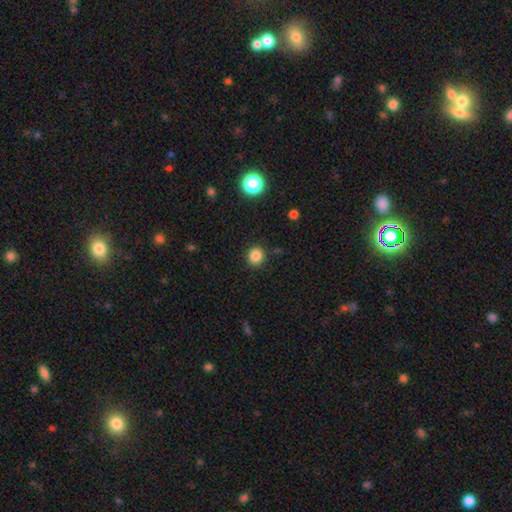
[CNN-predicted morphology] smooth_or_featured: smooth (p=0.84) [alt: star or artifact p=0.12]
how_rounded: round (p=0.85) [alt: in between p=0.14]
merging: none (p=0.89) [alt: minor disturbance p=0.07]